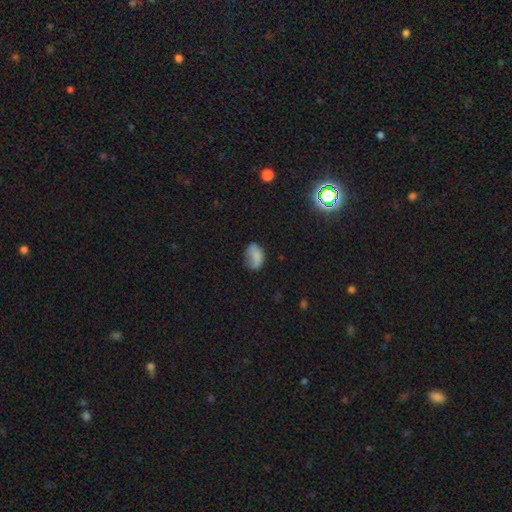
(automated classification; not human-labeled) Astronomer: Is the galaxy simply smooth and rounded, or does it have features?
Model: smooth — 72%.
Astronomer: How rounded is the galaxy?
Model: in between — 80%.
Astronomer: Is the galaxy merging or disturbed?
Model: none — 47% (runner-up: minor disturbance, 33%).